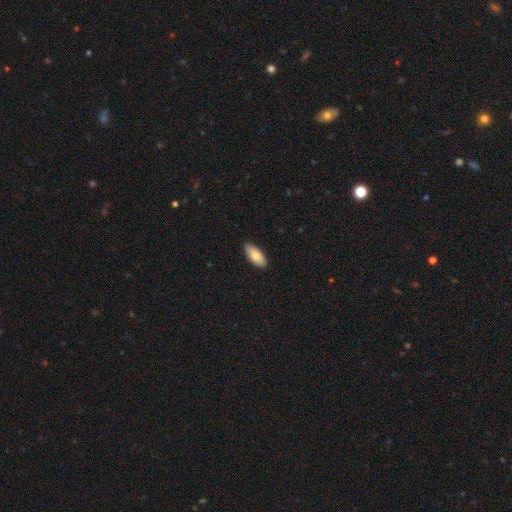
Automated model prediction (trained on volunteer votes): Smooth or featured?
  - smooth: 77% *
  - featured or disk: 17%
  - star or artifact: 6%
How rounded?
  - in between: 86% *
  - cigar-shaped: 12%
  - round: 2%
Merging?
  - none: 87% *
  - minor disturbance: 10%
  - major disturbance: 2%
  - merger: 1%